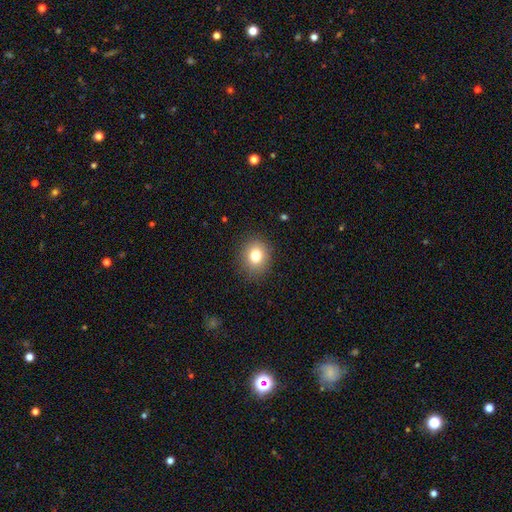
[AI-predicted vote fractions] A smooth galaxy with no disk features (79%) that is round (67%). Merging: none (87%).